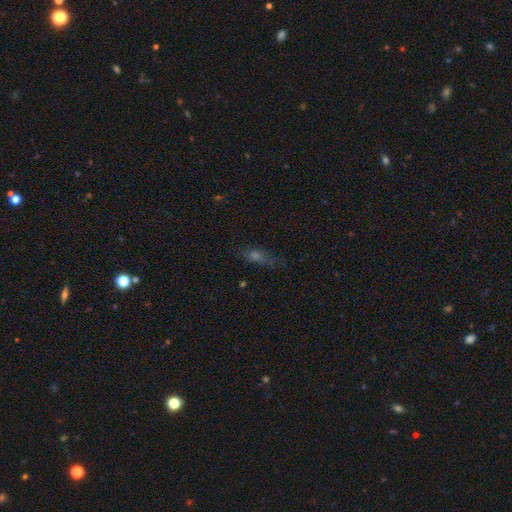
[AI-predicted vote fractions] Smooth or featured? Predicted: smooth (p=0.43). Merging? Predicted: none (p=0.69).